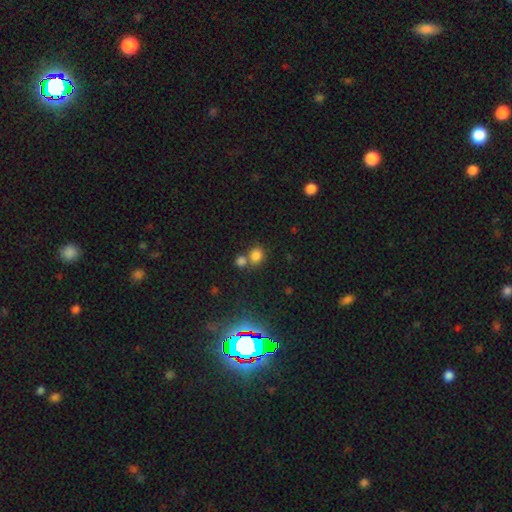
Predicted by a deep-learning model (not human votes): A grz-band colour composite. It shows a smooth galaxy with no disk features (79%) that is round (65%). Merging: none (51%).